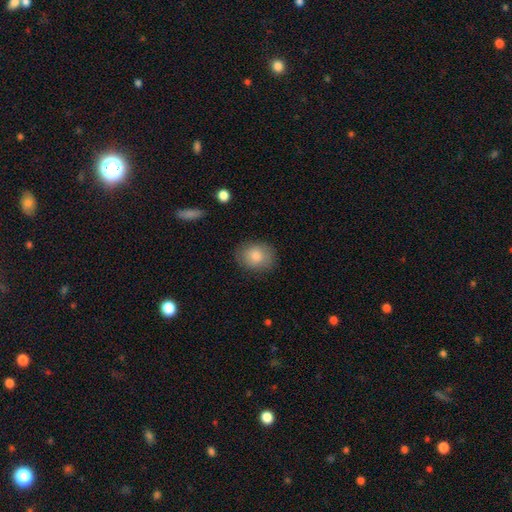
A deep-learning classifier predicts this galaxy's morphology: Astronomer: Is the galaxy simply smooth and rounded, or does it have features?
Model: smooth — 82%.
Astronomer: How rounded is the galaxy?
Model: round — 51% (runner-up: in between, 48%).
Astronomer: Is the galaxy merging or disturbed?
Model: none — 84%.